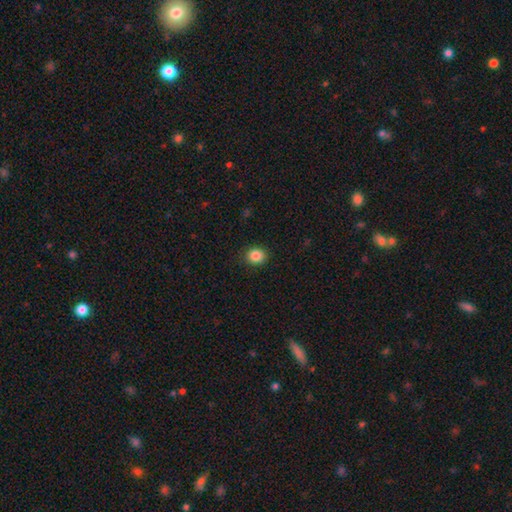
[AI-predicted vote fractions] Q: Smooth or featured?
A: smooth (86%); runner-up: star or artifact (10%)
Q: How rounded?
A: round (75%); runner-up: in between (24%)
Q: Merging?
A: none (89%); runner-up: minor disturbance (8%)